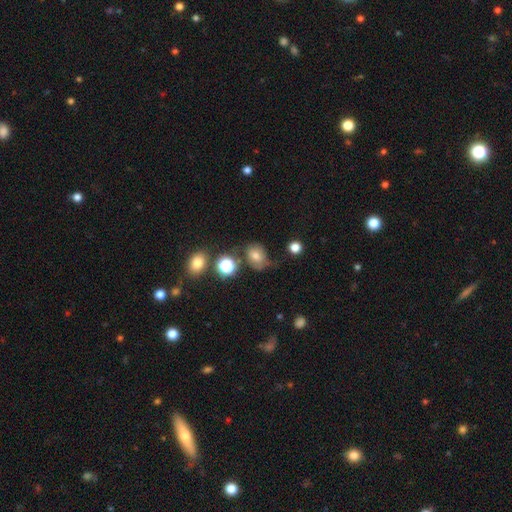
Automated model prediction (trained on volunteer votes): Smooth or featured? Predicted: smooth (p=0.61). How rounded? Predicted: in between (p=0.54). Merging? Predicted: none (p=0.47).